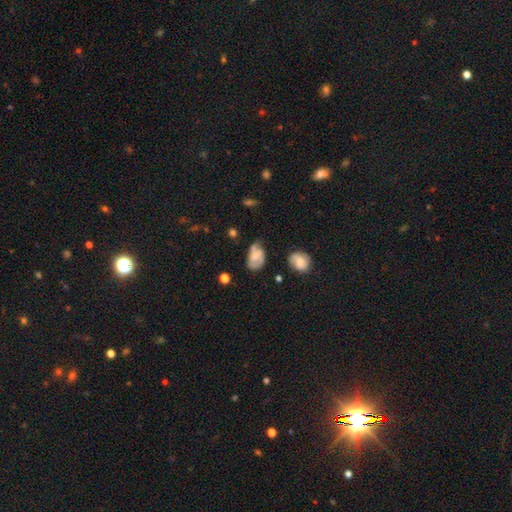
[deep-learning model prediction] Overall: smooth (56%; featured or disk 36%). How rounded: in between (86%). Merging: minor disturbance (35%, tied with none).